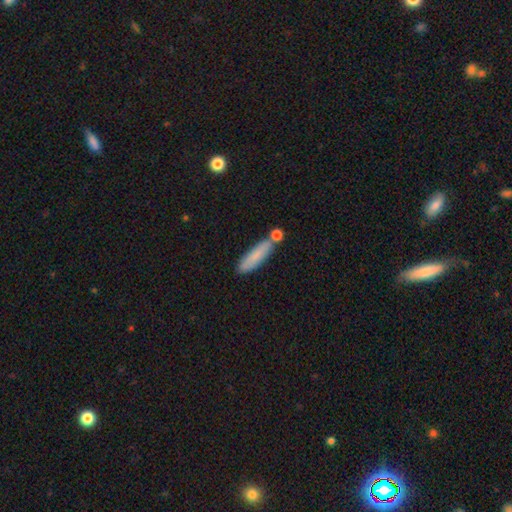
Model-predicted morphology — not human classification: Smooth or featured? smooth (80%)
How rounded? cigar-shaped (73%)
Merging? none (72%)